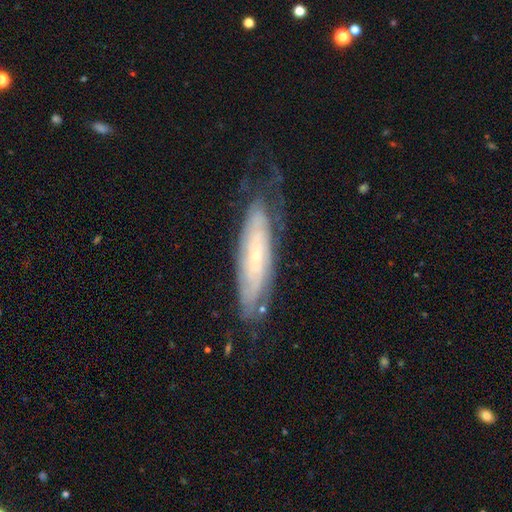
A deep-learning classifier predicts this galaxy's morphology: This appears to be a featured or disk galaxy (71%) with no bar (76%), spiral arms (83%) and a small central bulge (81%). Merging: none (63%).